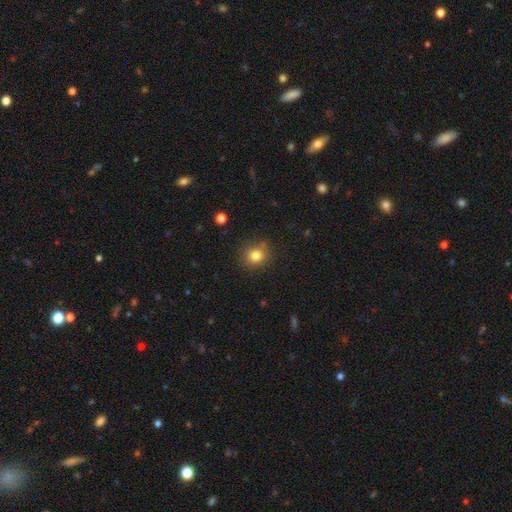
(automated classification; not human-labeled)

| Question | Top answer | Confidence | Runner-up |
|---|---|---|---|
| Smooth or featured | smooth | 81% | star or artifact (12%) |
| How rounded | round | 87% | in between (12%) |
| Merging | none | 84% | minor disturbance (11%) |